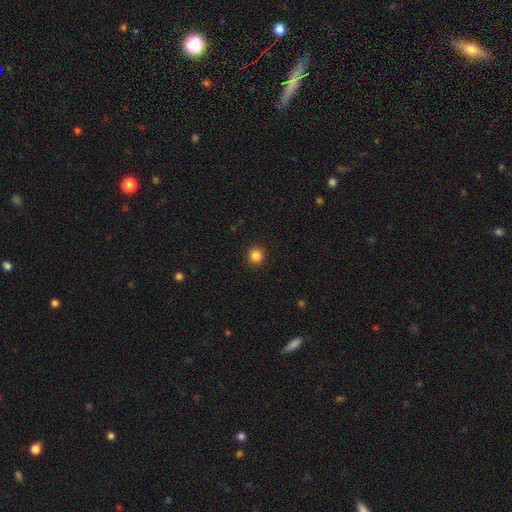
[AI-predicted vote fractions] Smooth or featured? Predicted: smooth (p=0.85). How rounded? Predicted: round (p=0.93). Merging? Predicted: none (p=0.92).